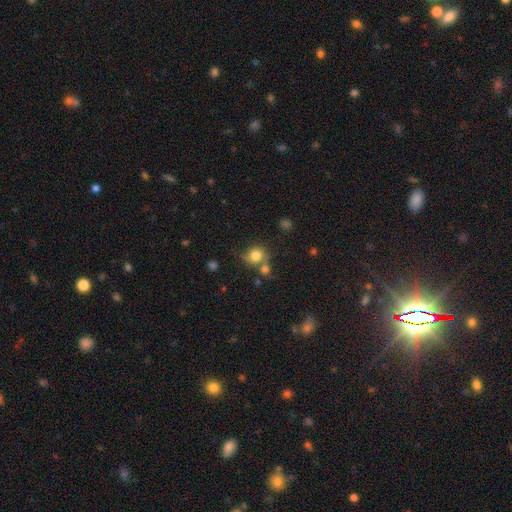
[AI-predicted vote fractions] This is likely a smooth galaxy (80%). How rounded: likely round (77%). Merging: possibly none (52%).